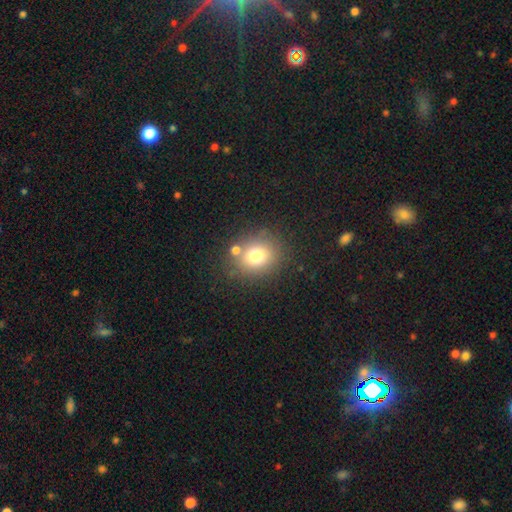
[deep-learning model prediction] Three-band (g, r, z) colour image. It shows a smooth galaxy with no disk features (74%) that is round (73%). Merging: none (74%).